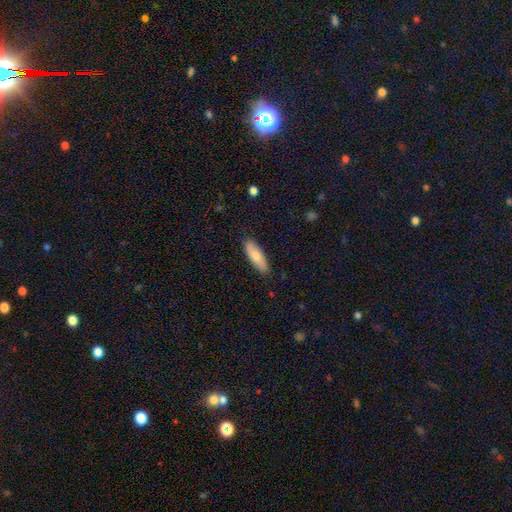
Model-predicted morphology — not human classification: Q: Smooth or featured?
A: smooth (75%); runner-up: featured or disk (19%)
Q: How rounded?
A: in between (58%); runner-up: cigar-shaped (40%)
Q: Merging?
A: none (86%); runner-up: minor disturbance (11%)